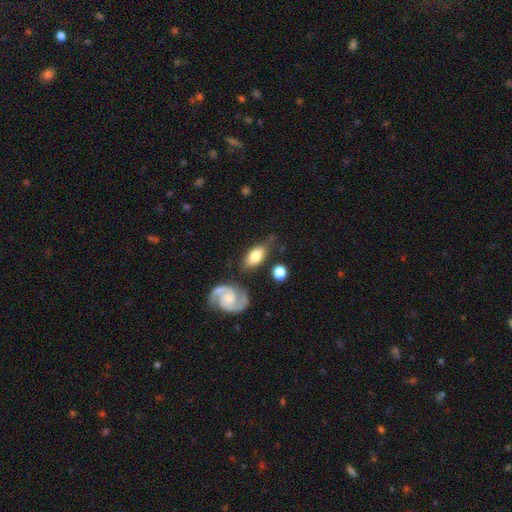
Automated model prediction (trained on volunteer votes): Q: Smooth or featured?
A: smooth (64%); runner-up: featured or disk (30%)
Q: How rounded?
A: in between (87%); runner-up: round (8%)
Q: Merging?
A: none (67%); runner-up: minor disturbance (19%)